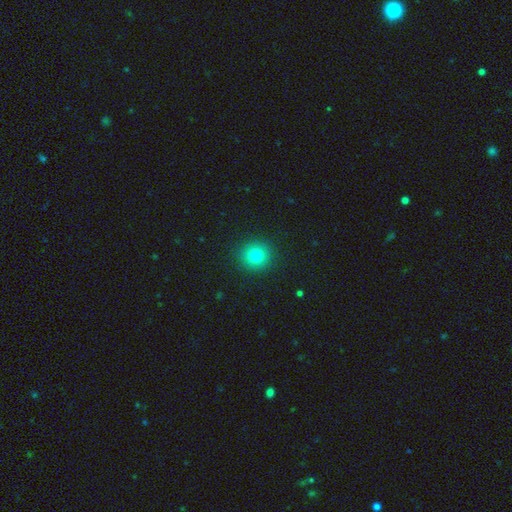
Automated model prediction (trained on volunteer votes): A smooth galaxy with no disk features (80%) that is round (93%). Merging: none (91%).